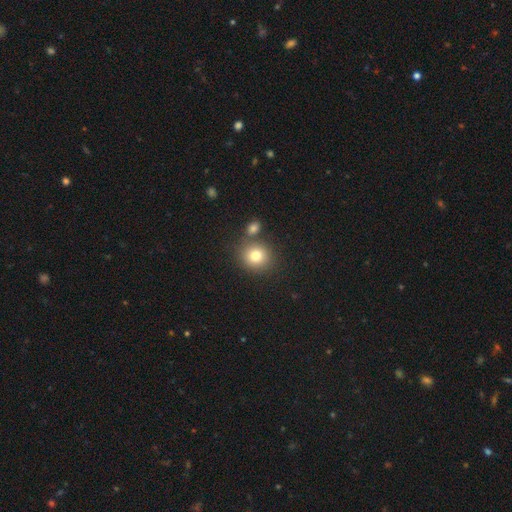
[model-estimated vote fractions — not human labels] This appears to be a smooth galaxy with no disk features (79%) that is round (84%). Merging: none (69%).